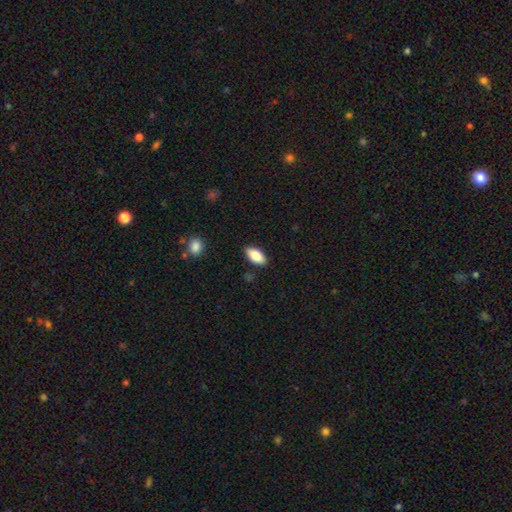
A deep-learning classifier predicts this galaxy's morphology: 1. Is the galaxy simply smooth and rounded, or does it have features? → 84% smooth, 9% featured or disk, 7% star or artifact.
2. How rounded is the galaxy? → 90% in between, 7% cigar-shaped, 3% round.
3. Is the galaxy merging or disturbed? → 85% none, 11% minor disturbance, 2% major disturbance, 2% merger.